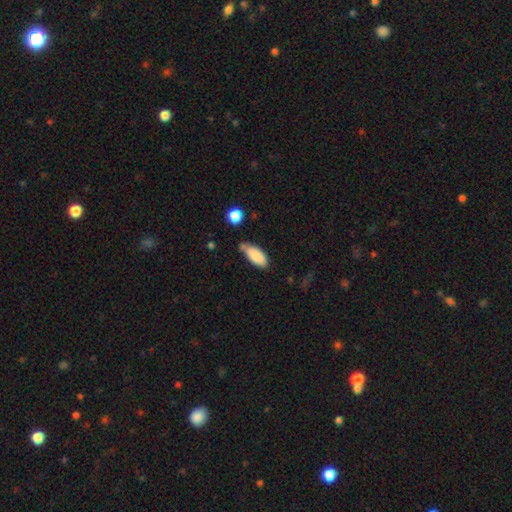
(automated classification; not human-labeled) A smooth galaxy with no disk features (85%) that is in between round and cigar-shaped (86%).

Vote fractions:
- Smooth or featured? smooth: 85% / featured or disk: 8% / star or artifact: 7%
- How rounded? in between: 86% / cigar-shaped: 12% / round: 2%
- Merging? none: 54% / minor disturbance: 27% / merger: 13% / major disturbance: 6%